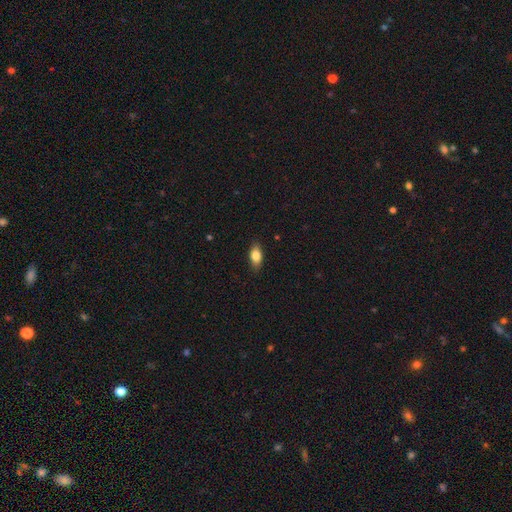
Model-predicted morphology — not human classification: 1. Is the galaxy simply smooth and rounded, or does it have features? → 80% smooth, 13% featured or disk, 7% star or artifact.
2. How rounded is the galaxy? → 85% in between, 9% cigar-shaped, 6% round.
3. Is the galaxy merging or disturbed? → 85% none, 12% minor disturbance, 2% major disturbance, 1% merger.